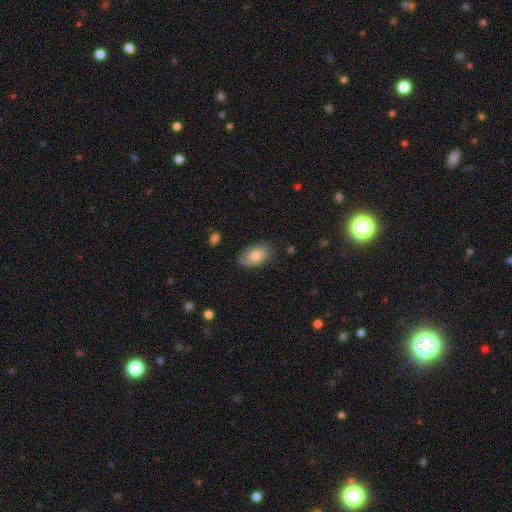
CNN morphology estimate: This is likely a smooth galaxy (77%). How rounded: clearly in between (93%). Merging: likely none (77%).